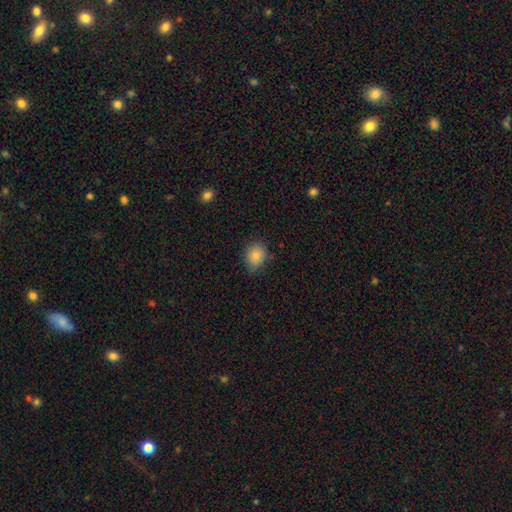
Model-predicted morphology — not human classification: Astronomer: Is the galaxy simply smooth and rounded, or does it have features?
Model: smooth — 83%.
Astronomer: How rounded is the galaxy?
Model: round — 63%.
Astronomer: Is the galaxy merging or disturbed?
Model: none — 74%.